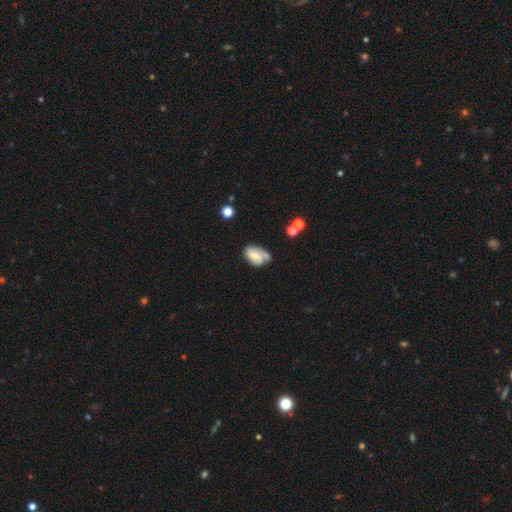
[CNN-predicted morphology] Smooth or featured? Predicted: featured or disk (p=0.55). Edge-on disk? Predicted: no (p=0.96). Bar? Predicted: no (p=0.51). Spiral arms? Predicted: yes (p=0.82). Bulge size? Predicted: small (p=0.42). Merging? Predicted: none (p=0.44).